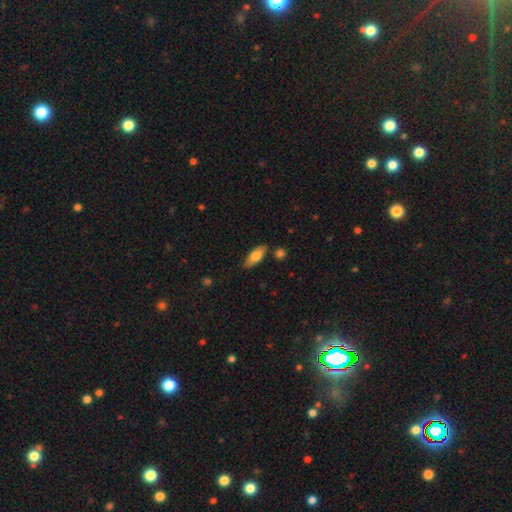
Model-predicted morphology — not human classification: A smooth galaxy with no disk features (72%) that is in between round and cigar-shaped (71%). Merging: none (81%).